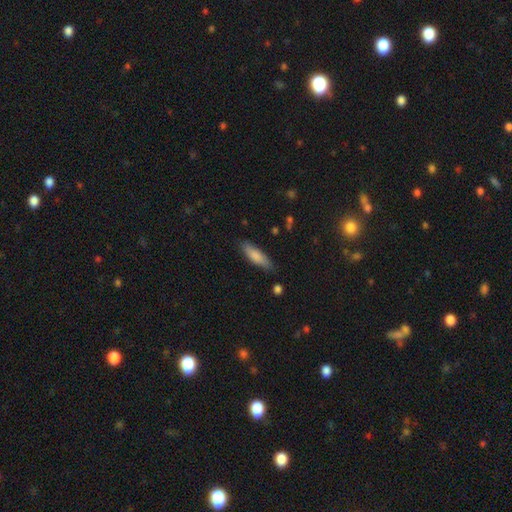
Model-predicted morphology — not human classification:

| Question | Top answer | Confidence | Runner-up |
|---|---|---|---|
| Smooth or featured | smooth | 79% | featured or disk (15%) |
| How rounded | cigar-shaped | 59% | in between (39%) |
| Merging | none | 80% | minor disturbance (15%) |